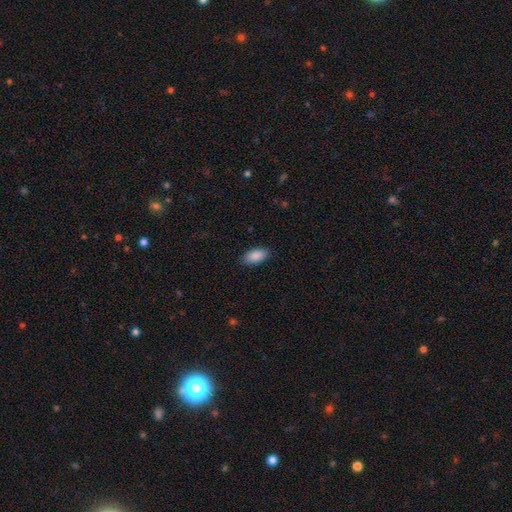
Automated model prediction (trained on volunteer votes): The model was most divided on "merging": none: 88%, minor disturbance: 9%, major disturbance: 2%, merger: 1%. More confident: how rounded — in between (93%); smooth or featured — smooth (89%).